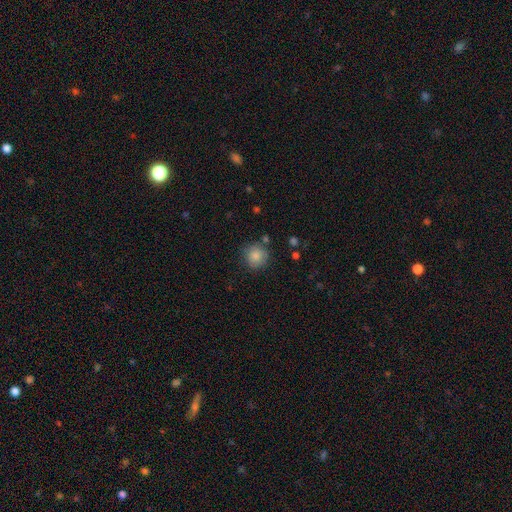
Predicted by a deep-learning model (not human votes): A smooth galaxy with no disk features (85%) that is round (92%). Merging: none (81%).